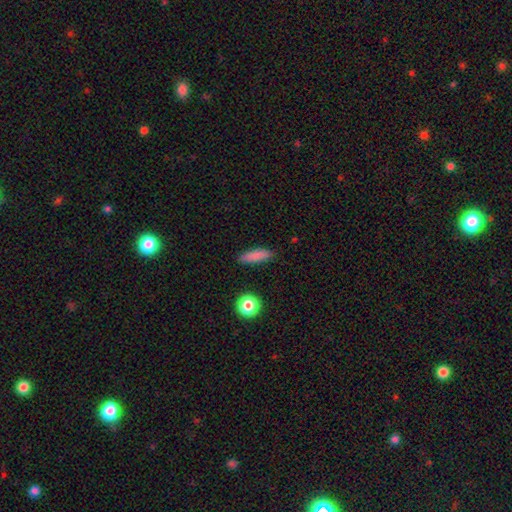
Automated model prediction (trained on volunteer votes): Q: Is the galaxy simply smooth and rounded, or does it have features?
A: smooth — 83%.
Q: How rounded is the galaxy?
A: cigar-shaped — 61%.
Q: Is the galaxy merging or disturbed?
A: none — 86%.